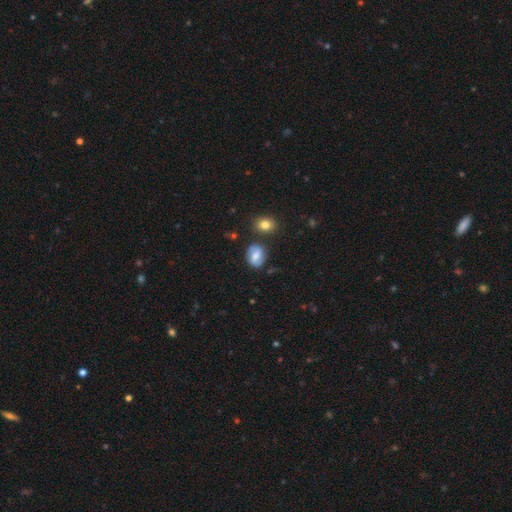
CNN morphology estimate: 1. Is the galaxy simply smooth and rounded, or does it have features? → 50% smooth, 41% featured or disk, 9% star or artifact.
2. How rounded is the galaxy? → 58% in between, 40% round, 2% cigar-shaped.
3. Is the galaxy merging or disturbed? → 75% none, 15% minor disturbance, 5% merger, 4% major disturbance.